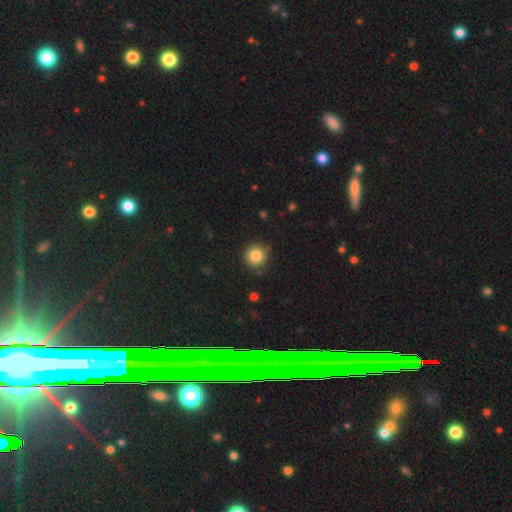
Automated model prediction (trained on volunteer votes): The model was most divided on "smooth or featured": smooth: 84%, star or artifact: 11%, featured or disk: 5%. More confident: how rounded — round (94%); merging — none (88%).